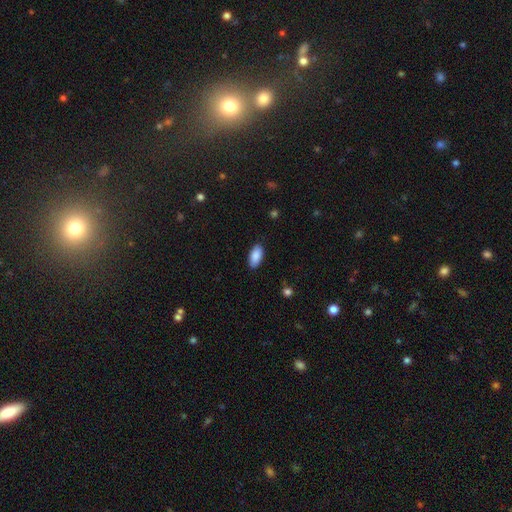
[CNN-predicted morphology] Q: Smooth or featured?
A: smooth (89%); runner-up: star or artifact (6%)
Q: How rounded?
A: in between (92%); runner-up: cigar-shaped (6%)
Q: Merging?
A: none (86%); runner-up: minor disturbance (10%)